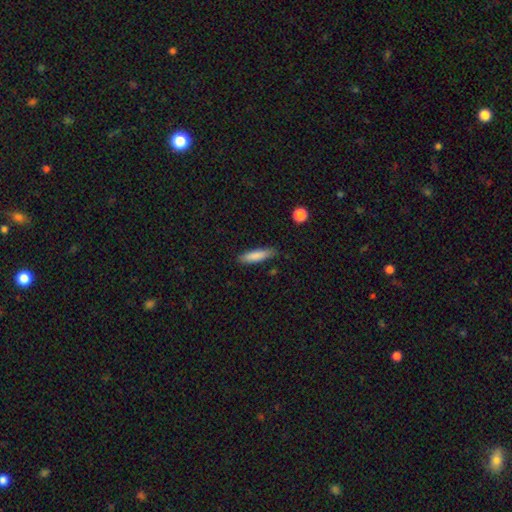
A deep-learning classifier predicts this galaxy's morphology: A smooth galaxy with no disk features (84%) that is cigar-shaped (74%).

Vote fractions:
- Smooth or featured? smooth: 84% / featured or disk: 10% / star or artifact: 6%
- How rounded? cigar-shaped: 74% / in between: 25% / round: 1%
- Merging? none: 82% / minor disturbance: 14% / major disturbance: 3% / merger: 2%